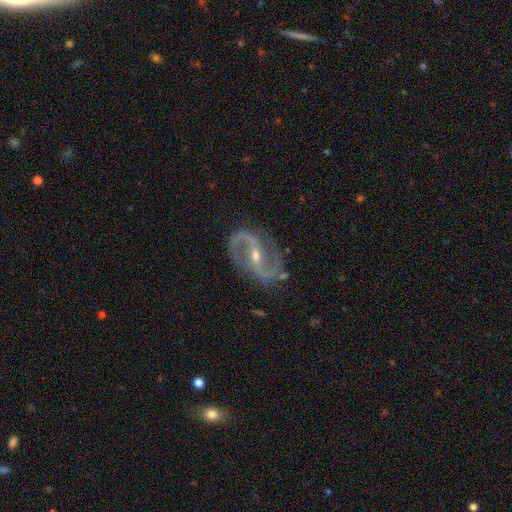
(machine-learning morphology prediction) type=featured or disk (92%); edge-on=no (97%); bar=strong (41%); spiral arms=yes (98%); winding=medium (52%); arm count=2 (94%); bulge=small (49%); merging=none (80%).